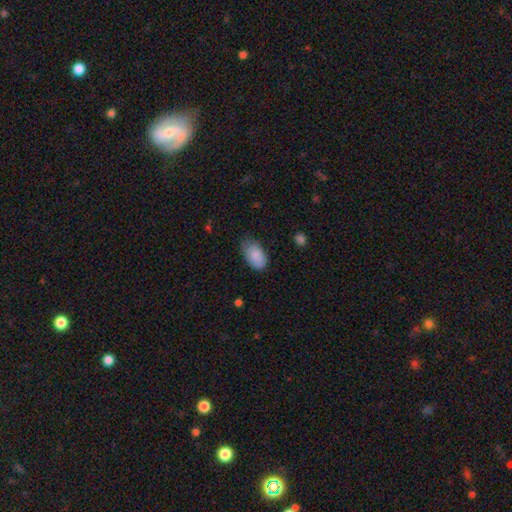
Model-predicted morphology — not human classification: Q: Smooth or featured?
A: smooth (87%); runner-up: featured or disk (7%)
Q: How rounded?
A: in between (94%); runner-up: round (5%)
Q: Merging?
A: none (64%); runner-up: minor disturbance (29%)